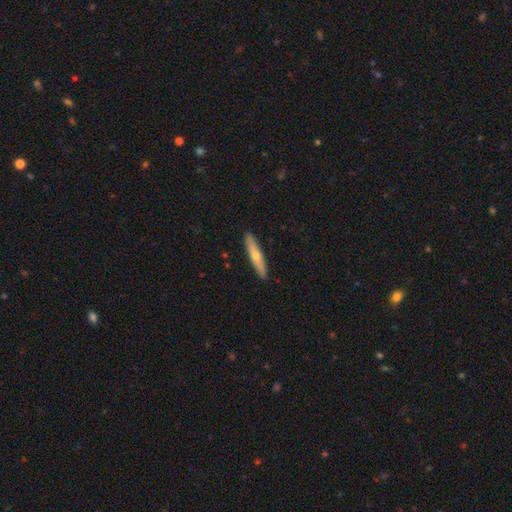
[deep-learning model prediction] smooth_or_featured: smooth (p=0.51) [alt: featured or disk p=0.43]
how_rounded: cigar-shaped (p=0.89) [alt: in between p=0.09]
merging: none (p=0.91) [alt: minor disturbance p=0.06]